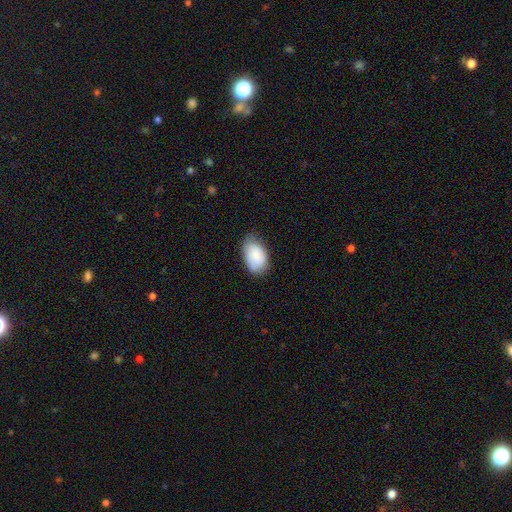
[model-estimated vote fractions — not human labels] Q: Smooth or featured?
A: smooth (84%); runner-up: featured or disk (10%)
Q: How rounded?
A: in between (91%); runner-up: round (8%)
Q: Merging?
A: none (68%); runner-up: minor disturbance (26%)